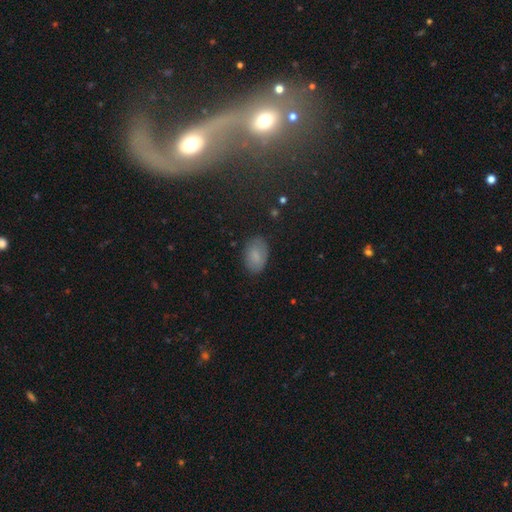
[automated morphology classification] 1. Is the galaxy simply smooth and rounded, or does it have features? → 80% smooth, 11% featured or disk, 9% star or artifact.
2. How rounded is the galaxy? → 91% in between, 8% round, 1% cigar-shaped.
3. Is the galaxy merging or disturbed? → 83% none, 13% minor disturbance, 3% major disturbance, 1% merger.